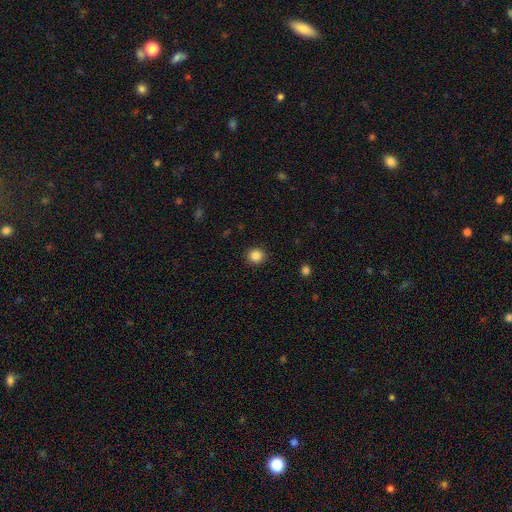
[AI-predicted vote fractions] The model was most divided on "how rounded": round: 85%, in between: 14%, cigar-shaped: 1%. More confident: merging — none (91%); smooth or featured — smooth (86%).